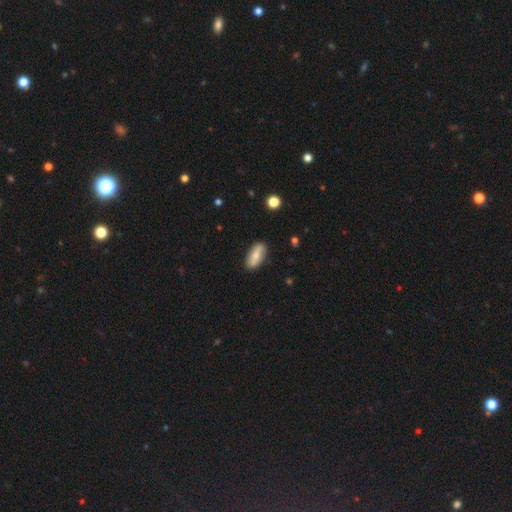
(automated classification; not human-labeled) smooth 63%, featured or disk 30%, star or artifact 6%. Down the decision tree: how rounded — in between (79%); merging — none (85%).